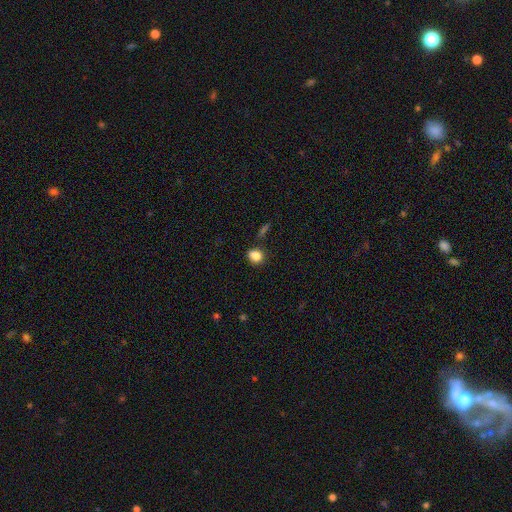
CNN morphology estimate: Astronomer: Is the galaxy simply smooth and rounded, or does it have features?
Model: smooth — 85%.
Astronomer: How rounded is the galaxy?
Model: round — 53% (runner-up: in between, 46%).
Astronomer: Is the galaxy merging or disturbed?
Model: none — 76%.